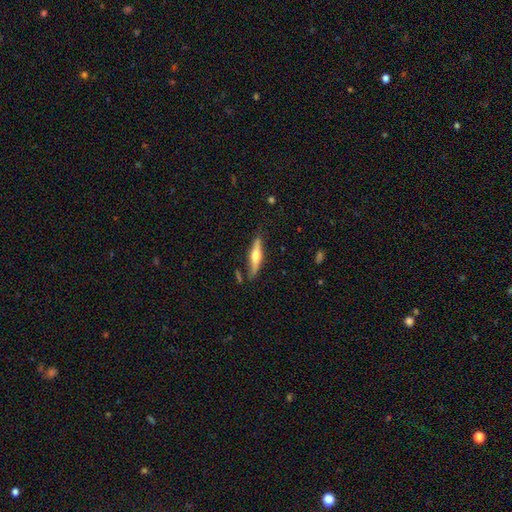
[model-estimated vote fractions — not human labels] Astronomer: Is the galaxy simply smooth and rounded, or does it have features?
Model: featured or disk — 58% (runner-up: smooth, 36%).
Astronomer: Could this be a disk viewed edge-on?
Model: yes — 95%.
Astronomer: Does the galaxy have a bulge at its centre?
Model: rounded — 90%.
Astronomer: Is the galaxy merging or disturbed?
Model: none — 79%.